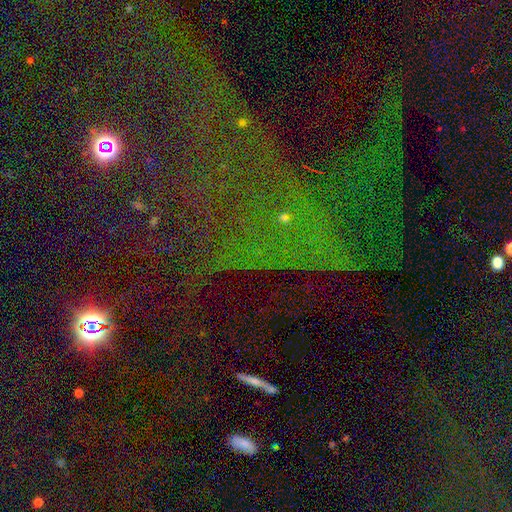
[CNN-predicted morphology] Smooth or featured?
  - star or artifact: 78% *
  - smooth: 12%
  - featured or disk: 10%